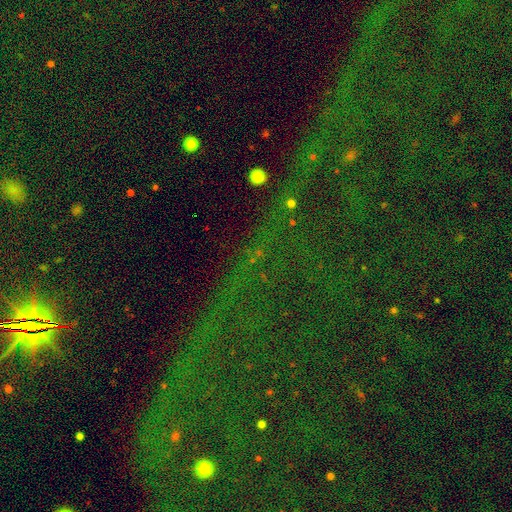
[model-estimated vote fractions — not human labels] This is clearly a star or artifact rather than a galaxy (83%).